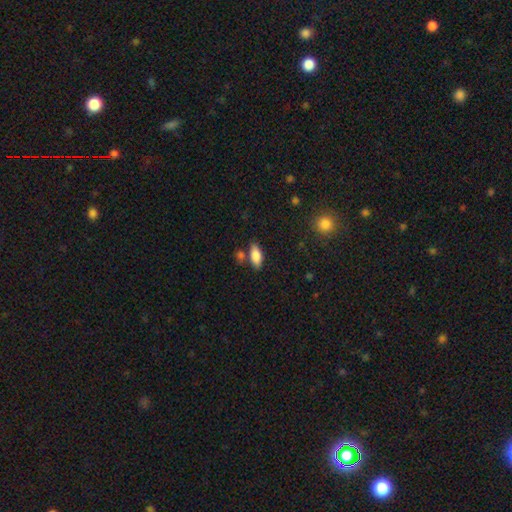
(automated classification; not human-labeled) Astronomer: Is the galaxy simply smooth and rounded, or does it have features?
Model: smooth — 82%.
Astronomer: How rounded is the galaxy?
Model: in between — 84%.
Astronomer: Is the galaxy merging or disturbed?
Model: none — 72%.